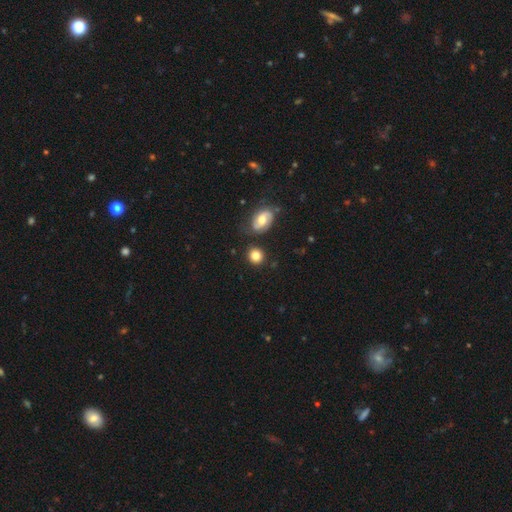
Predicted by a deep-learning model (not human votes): Smooth or featured: smooth — 81% (featured or disk — 10%)
How rounded: round — 82% (in between — 16%)
Merging: none — 80% (minor disturbance — 11%)